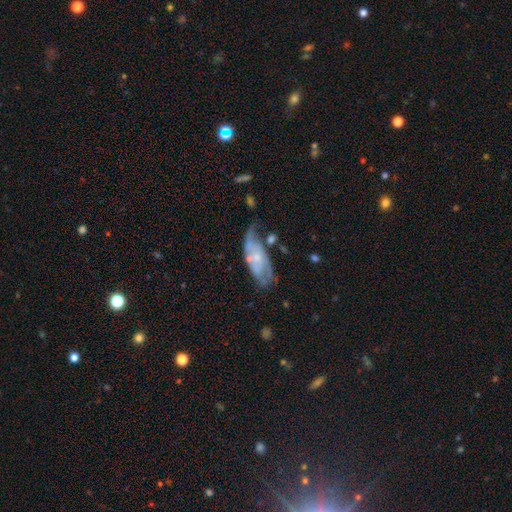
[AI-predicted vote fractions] The model was most divided on "merging": none: 39%, minor disturbance: 29%, major disturbance: 22%, merger: 10%. More confident: edge-on disk — no (91%); spiral arms — yes (77%); bar — no (72%); bulge size — small (65%); smooth or featured — featured or disk (64%).